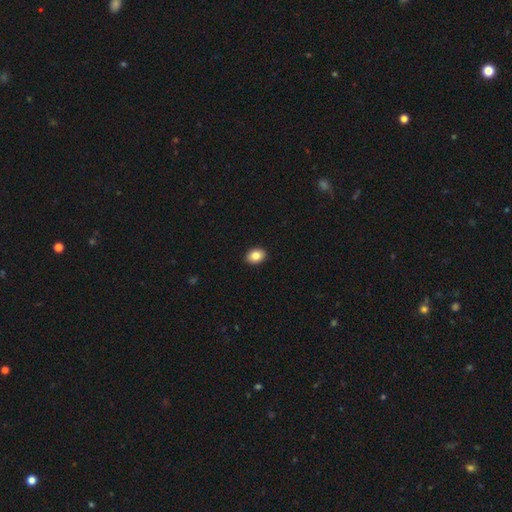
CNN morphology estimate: smooth-or-featured: smooth: 85% | star or artifact: 8% | featured or disk: 7%
  how-rounded: in between: 70% | round: 29% | cigar-shaped: 1%
  merging: none: 92% | minor disturbance: 6% | major disturbance: 1% | merger: 1%